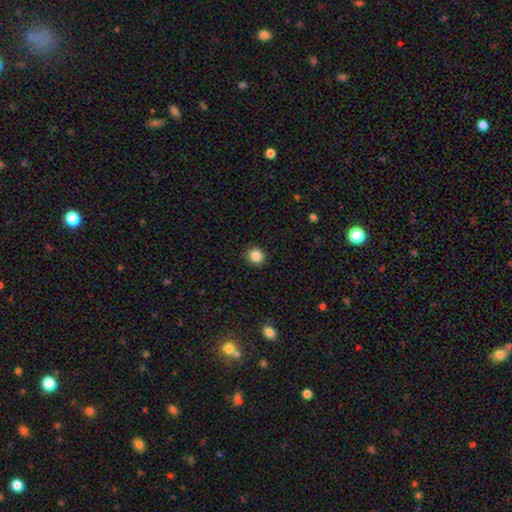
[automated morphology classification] Smooth or featured?
  - smooth: 86% *
  - star or artifact: 10%
  - featured or disk: 4%
How rounded?
  - round: 91% *
  - in between: 8%
  - cigar-shaped: 1%
Merging?
  - none: 91% *
  - minor disturbance: 6%
  - major disturbance: 2%
  - merger: 1%